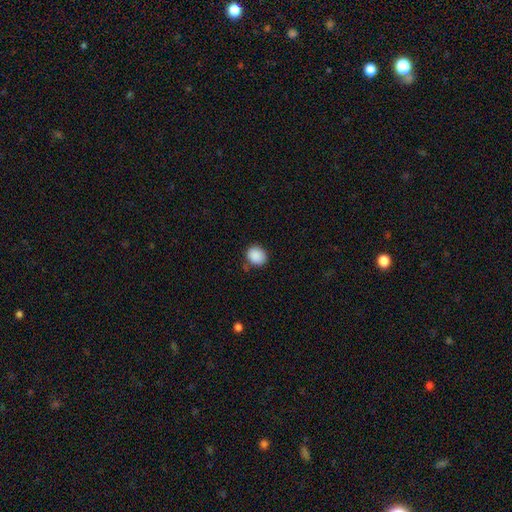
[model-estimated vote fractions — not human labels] A smooth galaxy with no disk features (89%) that is round (72%).

Vote fractions:
- Smooth or featured? smooth: 89% / star or artifact: 8% / featured or disk: 3%
- How rounded? round: 72% / in between: 27% / cigar-shaped: 1%
- Merging? none: 80% / minor disturbance: 14% / major disturbance: 4% / merger: 3%